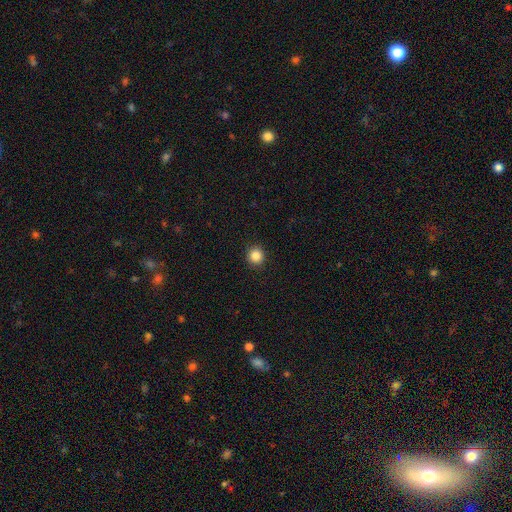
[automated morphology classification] A smooth galaxy with no disk features (85%) that is round (92%).

Vote fractions:
- Smooth or featured? smooth: 85% / star or artifact: 11% / featured or disk: 4%
- How rounded? round: 92% / in between: 7% / cigar-shaped: 1%
- Merging? none: 92% / minor disturbance: 5% / major disturbance: 2% / merger: 1%